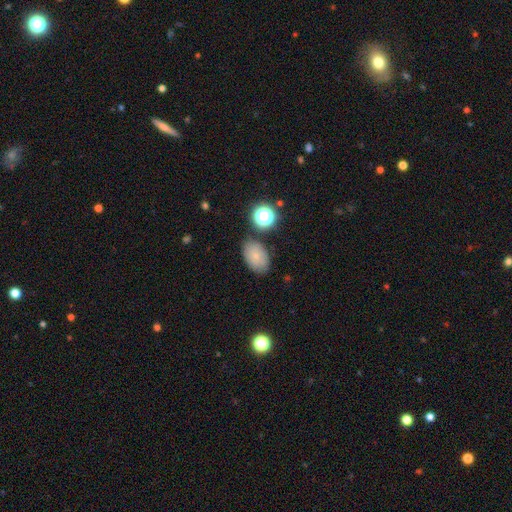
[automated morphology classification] A smooth galaxy with no disk features (75%) that is in between round and cigar-shaped (87%).

Vote fractions:
- Smooth or featured? smooth: 75% / featured or disk: 13% / star or artifact: 12%
- How rounded? in between: 87% / round: 11% / cigar-shaped: 1%
- Merging? none: 78% / minor disturbance: 14% / merger: 4% / major disturbance: 4%